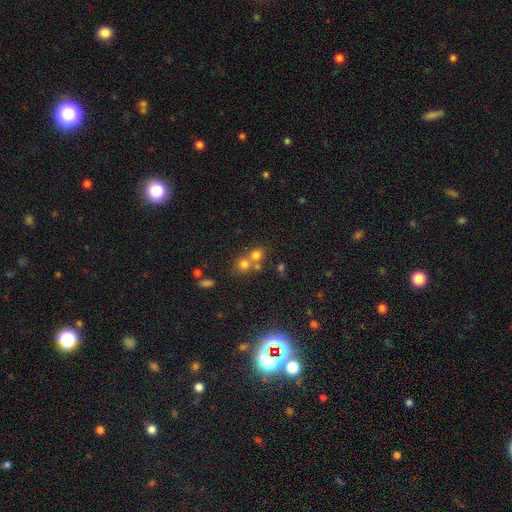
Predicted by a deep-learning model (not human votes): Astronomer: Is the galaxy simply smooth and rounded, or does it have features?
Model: smooth — 69%.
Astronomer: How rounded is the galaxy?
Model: round — 82%.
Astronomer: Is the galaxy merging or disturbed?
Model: merger — 50% (runner-up: none, 42%).